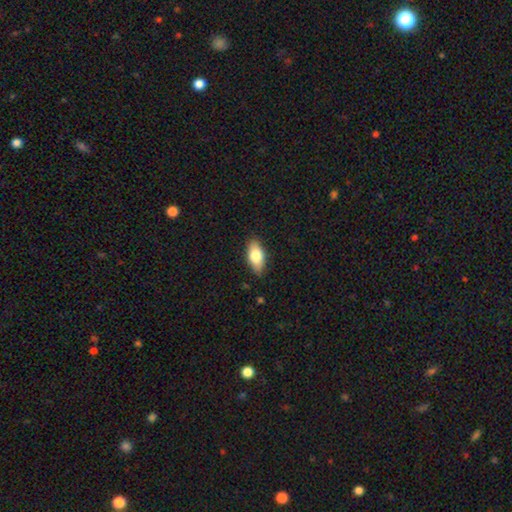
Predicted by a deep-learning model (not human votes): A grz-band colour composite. It shows a smooth galaxy with no disk features (76%) that is in between round and cigar-shaped (88%). Merging: none (84%).